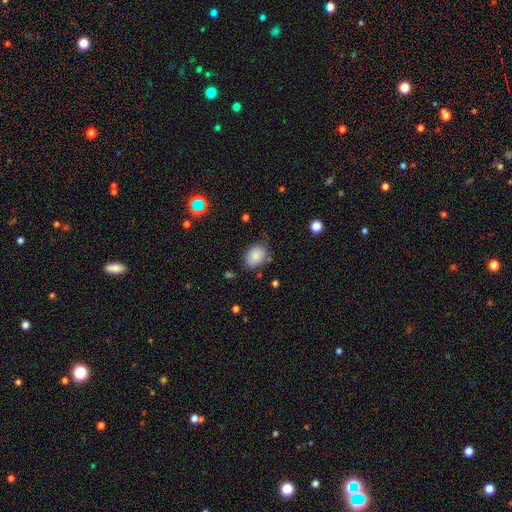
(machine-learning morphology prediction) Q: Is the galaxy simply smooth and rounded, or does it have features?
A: smooth — 85%.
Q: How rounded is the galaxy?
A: in between — 63%.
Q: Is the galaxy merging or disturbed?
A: none — 69%.